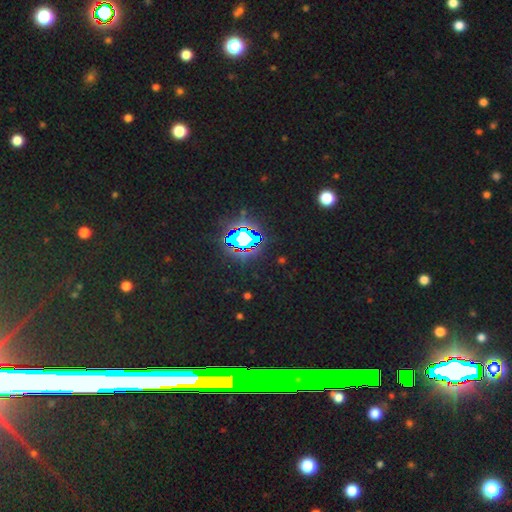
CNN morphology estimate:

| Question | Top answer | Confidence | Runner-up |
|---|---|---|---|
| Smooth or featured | star or artifact | 79% | smooth (11%) |